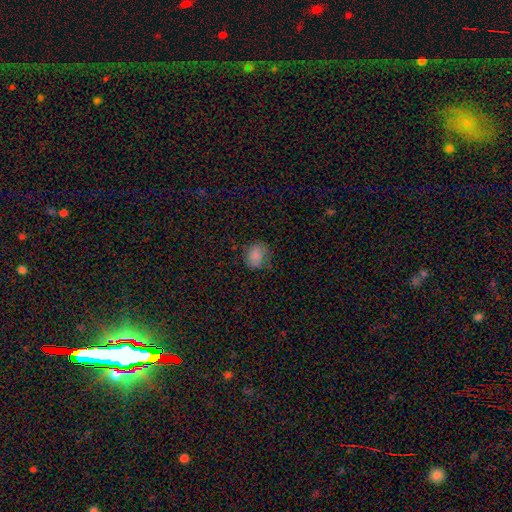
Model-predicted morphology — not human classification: smooth 82%, star or artifact 10%, featured or disk 8%. Down the decision tree: how rounded — round (60%); merging — none (66%).